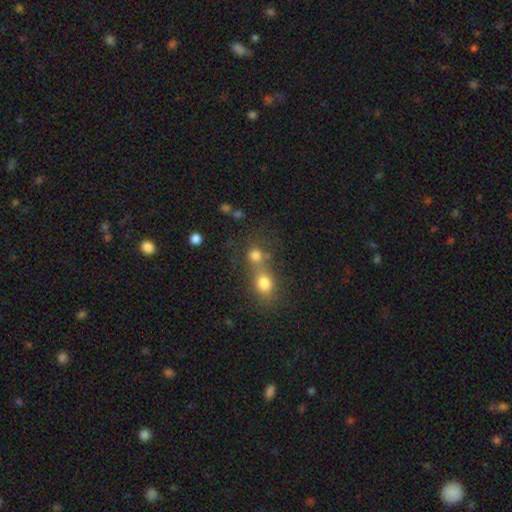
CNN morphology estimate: Smooth or featured? Predicted: smooth (p=0.75). How rounded? Predicted: round (p=0.81). Merging? Predicted: merger (p=0.52).